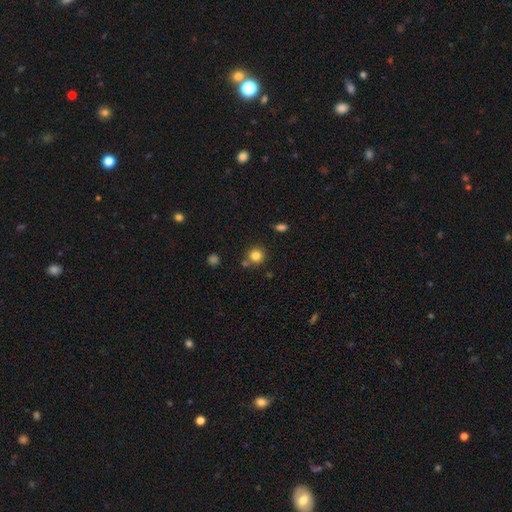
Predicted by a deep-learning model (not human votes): Smooth or featured? smooth (82%)
How rounded? round (92%)
Merging? none (77%)